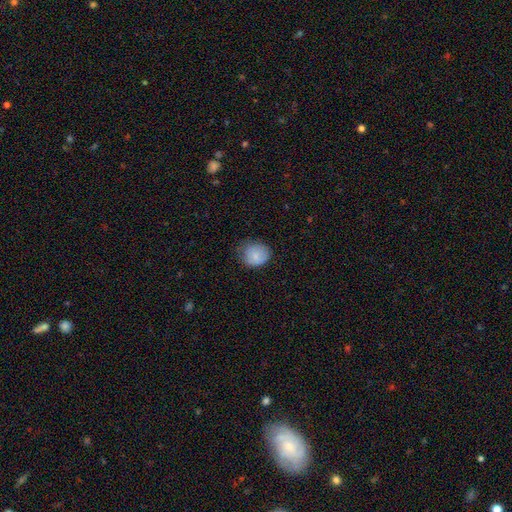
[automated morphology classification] smooth 83%, featured or disk 9%, star or artifact 8%. Down the decision tree: how rounded — round (69%); merging — none (60%).